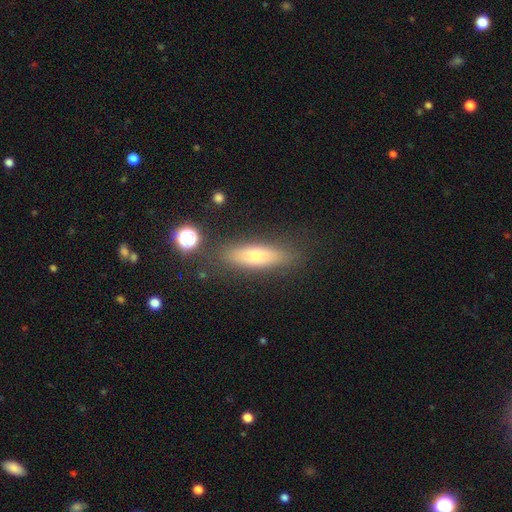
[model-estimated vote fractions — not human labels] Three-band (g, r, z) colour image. It shows a smooth galaxy with no disk features (61%) that is cigar-shaped (61%). Merging: none (83%).